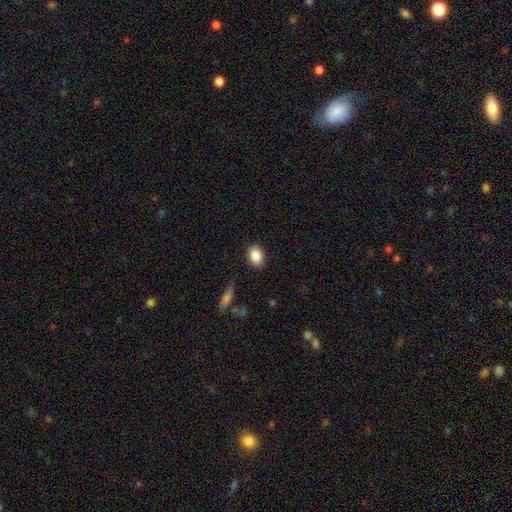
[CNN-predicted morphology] Smooth or featured? Predicted: smooth (p=0.87). How rounded? Predicted: in between (p=0.75). Merging? Predicted: none (p=0.87).